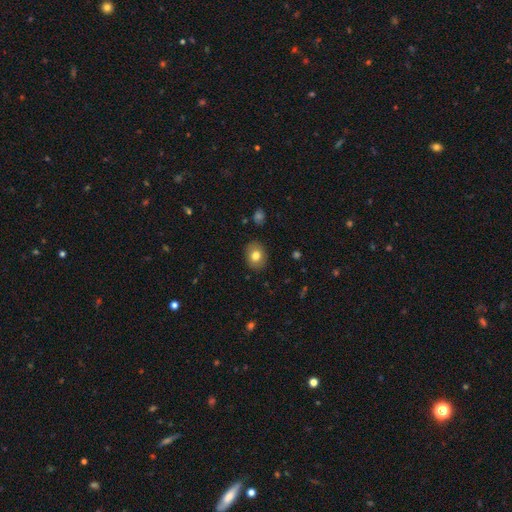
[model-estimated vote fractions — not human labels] Q: Smooth or featured?
A: smooth (78%); runner-up: featured or disk (13%)
Q: How rounded?
A: in between (55%); runner-up: round (45%)
Q: Merging?
A: none (87%); runner-up: minor disturbance (9%)